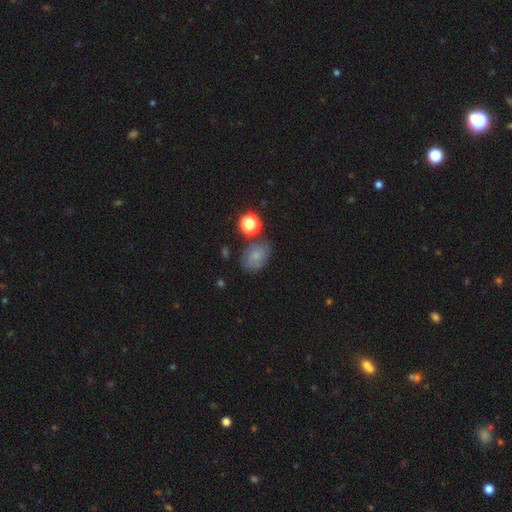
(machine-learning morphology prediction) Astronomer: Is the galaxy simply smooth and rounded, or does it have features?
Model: smooth — 65%.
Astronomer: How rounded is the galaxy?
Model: in between — 67%.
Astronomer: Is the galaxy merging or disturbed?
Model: none — 58%.